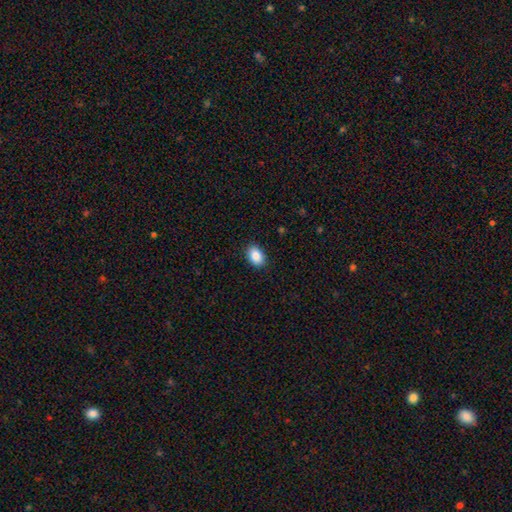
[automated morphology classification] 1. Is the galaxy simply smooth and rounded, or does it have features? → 87% smooth, 8% star or artifact, 5% featured or disk.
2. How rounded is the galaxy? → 84% in between, 15% round, 1% cigar-shaped.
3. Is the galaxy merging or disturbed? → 90% none, 7% minor disturbance, 2% major disturbance, 1% merger.